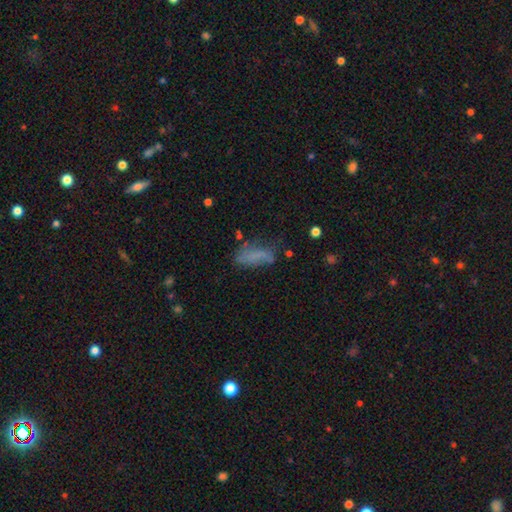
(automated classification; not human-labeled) A smooth galaxy with no disk features (63%) that is in between round and cigar-shaped (64%).

Vote fractions:
- Smooth or featured? smooth: 63% / featured or disk: 24% / star or artifact: 12%
- How rounded? in between: 64% / cigar-shaped: 32% / round: 4%
- Merging? none: 44% / minor disturbance: 29% / major disturbance: 20% / merger: 7%